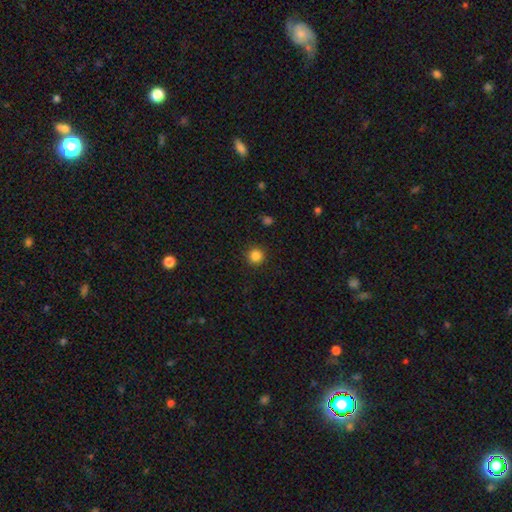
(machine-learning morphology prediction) Smooth or featured? Predicted: smooth (p=0.84). How rounded? Predicted: round (p=0.95). Merging? Predicted: none (p=0.92).